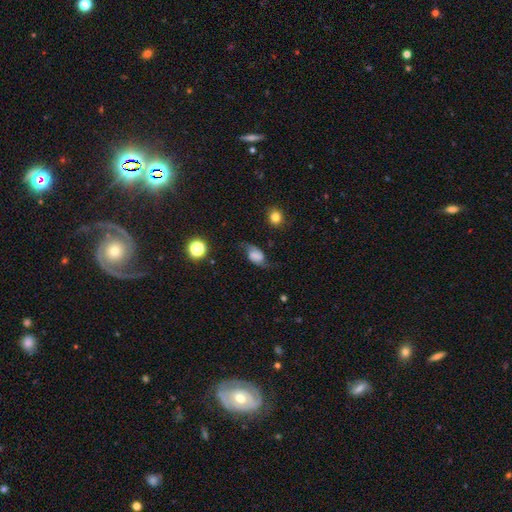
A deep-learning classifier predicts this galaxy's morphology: A featured or disk galaxy (45%). Merging: none (59%).